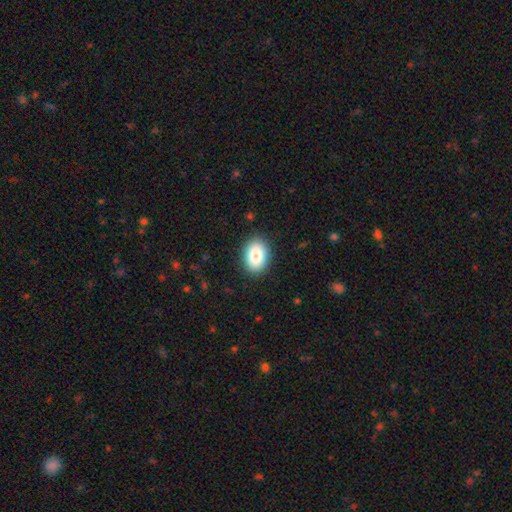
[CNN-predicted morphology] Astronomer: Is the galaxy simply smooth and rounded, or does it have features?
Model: smooth — 85%.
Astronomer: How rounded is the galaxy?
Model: in between — 78%.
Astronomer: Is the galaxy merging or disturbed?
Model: none — 89%.